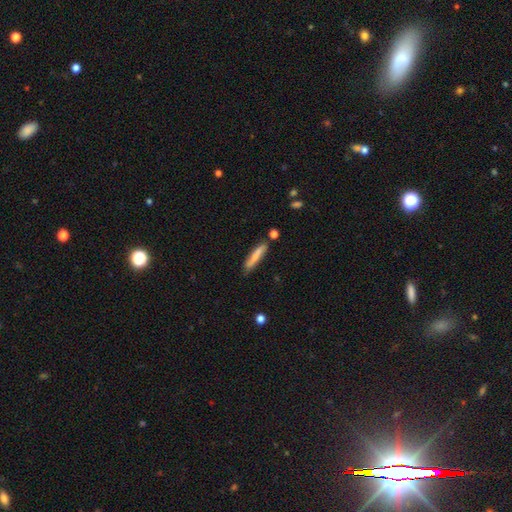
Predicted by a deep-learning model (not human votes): A smooth galaxy with no disk features (71%) that is cigar-shaped (88%).

Vote fractions:
- Smooth or featured? smooth: 71% / featured or disk: 23% / star or artifact: 6%
- How rounded? cigar-shaped: 88% / in between: 10% / round: 2%
- Merging? none: 73% / minor disturbance: 18% / merger: 6% / major disturbance: 3%